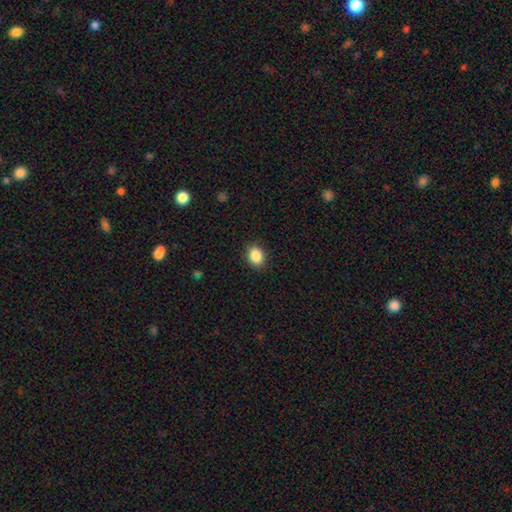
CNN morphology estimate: Smooth or featured?
  - smooth: 87% *
  - star or artifact: 9%
  - featured or disk: 4%
How rounded?
  - in between: 64% *
  - round: 35%
  - cigar-shaped: 1%
Merging?
  - none: 89% *
  - minor disturbance: 8%
  - major disturbance: 2%
  - merger: 1%